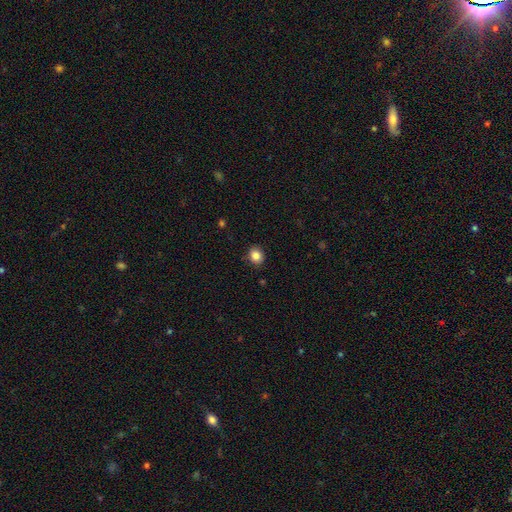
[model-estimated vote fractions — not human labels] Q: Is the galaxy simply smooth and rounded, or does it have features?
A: smooth — 85%.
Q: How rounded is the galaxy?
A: round — 67%.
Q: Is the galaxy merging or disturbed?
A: none — 87%.